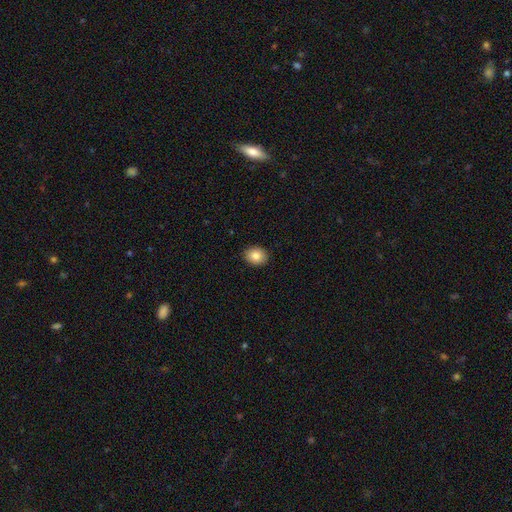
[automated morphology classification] Smooth or featured? Predicted: smooth (p=0.84). How rounded? Predicted: round (p=0.53). Merging? Predicted: none (p=0.91).